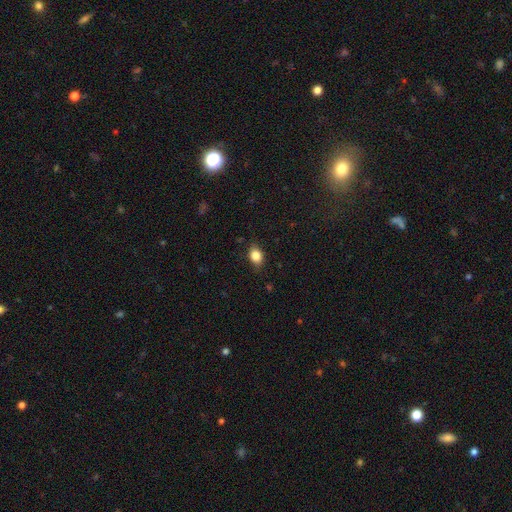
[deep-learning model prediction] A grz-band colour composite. It shows a smooth galaxy with no disk features (84%) that is in between round and cigar-shaped (62%). Merging: none (79%).